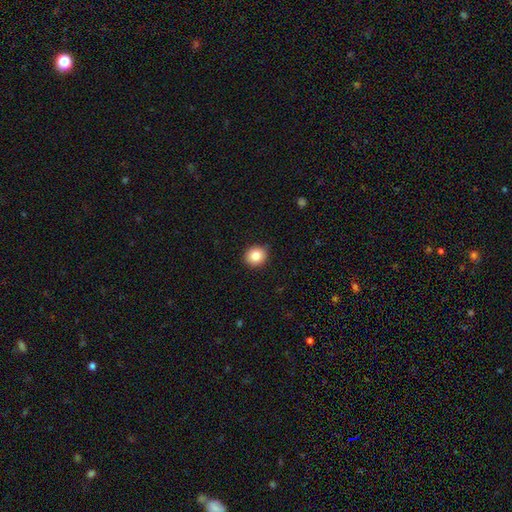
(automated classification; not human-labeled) smooth 85%, star or artifact 9%, featured or disk 6%. Down the decision tree: how rounded — round (85%); merging — none (86%).